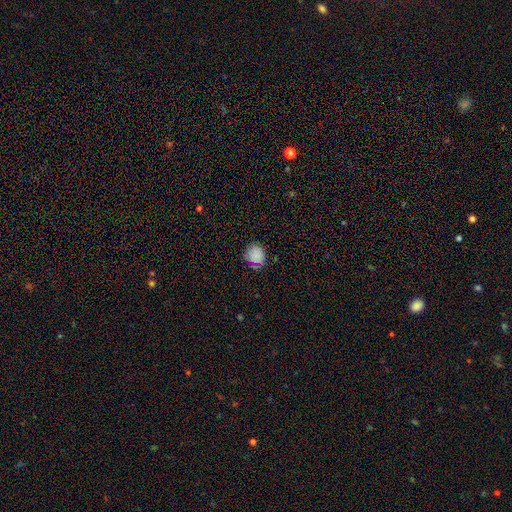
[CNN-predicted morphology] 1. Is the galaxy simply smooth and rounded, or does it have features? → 80% smooth, 15% star or artifact, 5% featured or disk.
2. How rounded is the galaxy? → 79% round, 20% in between, 1% cigar-shaped.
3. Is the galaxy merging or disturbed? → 84% none, 12% minor disturbance, 3% major disturbance, 1% merger.